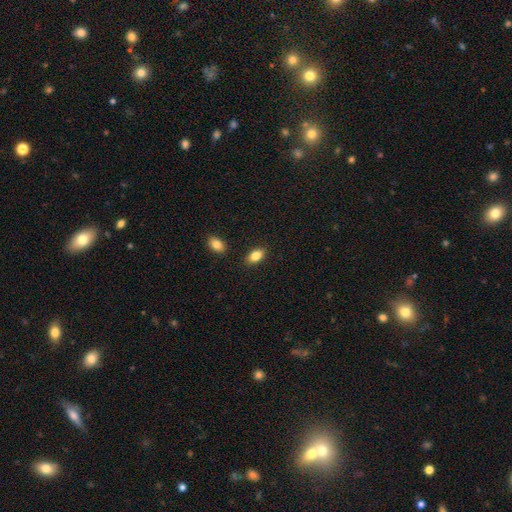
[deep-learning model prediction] Morphology: type=smooth (84%); roundness=in between (90%); merging=none (86%).